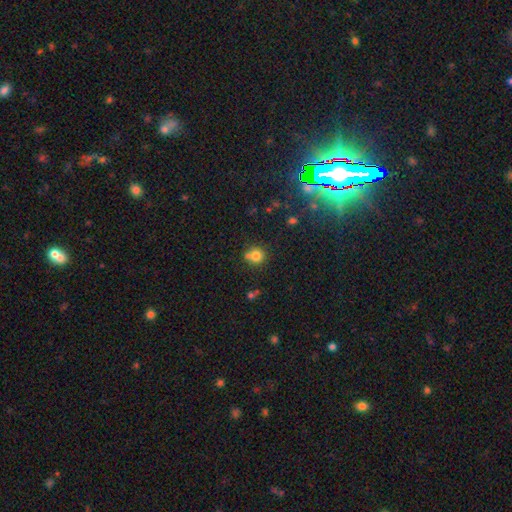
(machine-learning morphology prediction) A smooth galaxy with no disk features (78%) that is round (90%).

Vote fractions:
- Smooth or featured? smooth: 78% / star or artifact: 14% / featured or disk: 9%
- How rounded? round: 90% / in between: 9% / cigar-shaped: 1%
- Merging? none: 63% / merger: 23% / minor disturbance: 11% / major disturbance: 3%